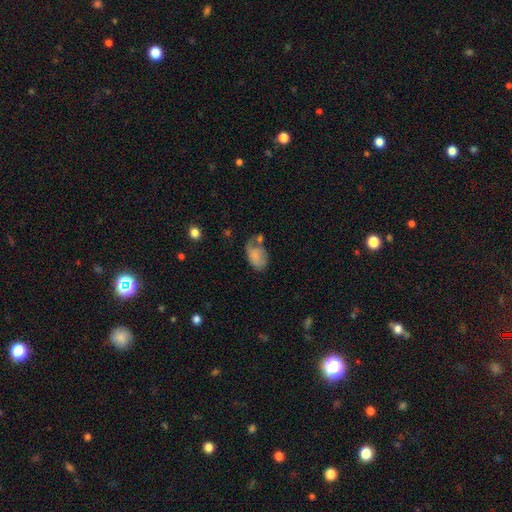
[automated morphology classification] smooth_or_featured: smooth (p=0.64) [alt: featured or disk p=0.28]
how_rounded: in between (p=0.87) [alt: round p=0.11]
merging: none (p=0.31) [alt: minor disturbance p=0.28]